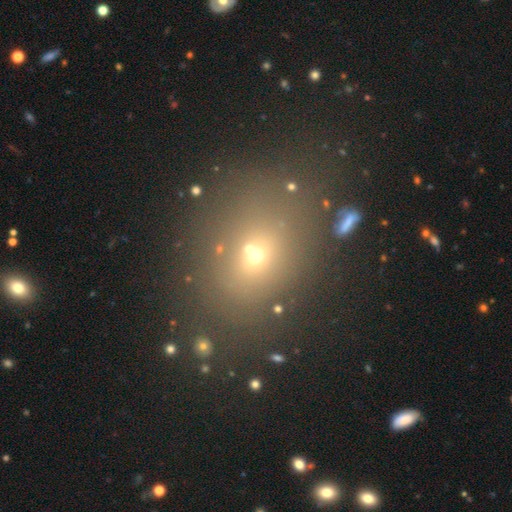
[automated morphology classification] This is possibly a smooth galaxy (54%). How rounded: possibly round (51%). Merging: likely none (74%).